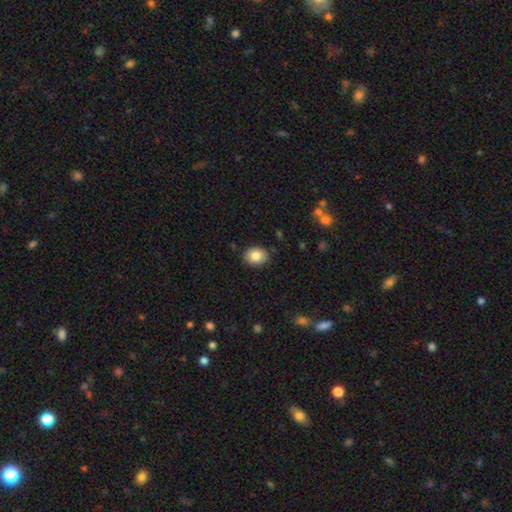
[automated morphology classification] Overall: smooth (84%). How rounded: in between (53%; round 47%). Merging: none (87%).